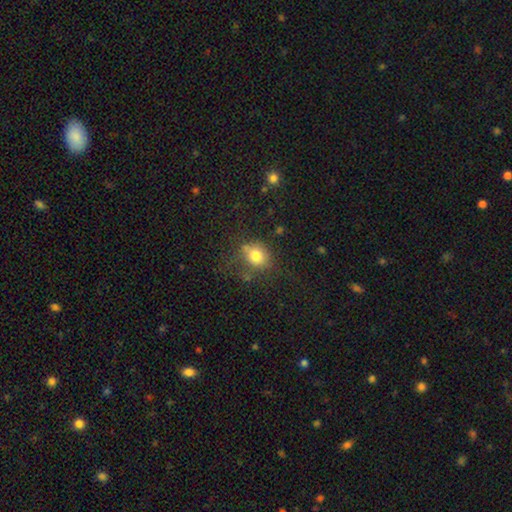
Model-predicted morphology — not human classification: smooth-or-featured: smooth: 79% | star or artifact: 12% | featured or disk: 10%
  how-rounded: round: 69% | in between: 30% | cigar-shaped: 1%
  merging: none: 61% | minor disturbance: 22% | major disturbance: 11% | merger: 6%